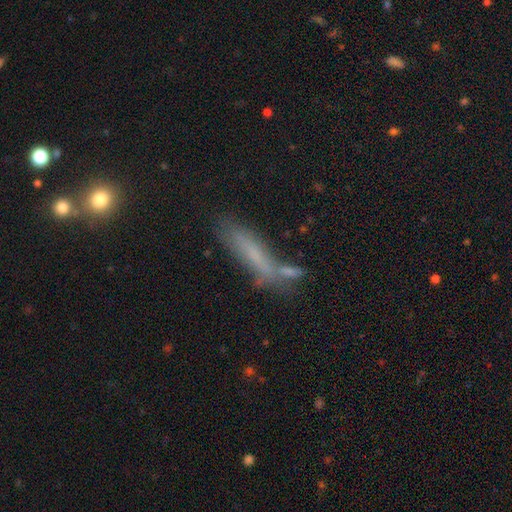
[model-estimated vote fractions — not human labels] This is possibly a smooth galaxy (58%). How rounded: likely cigar-shaped (79%). Merging: possibly none (56%).